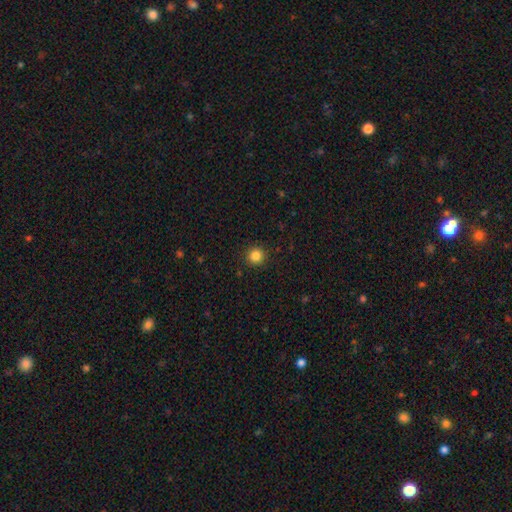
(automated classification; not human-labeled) This appears to be a smooth galaxy with no disk features (85%) that is round (94%). Merging: none (92%).